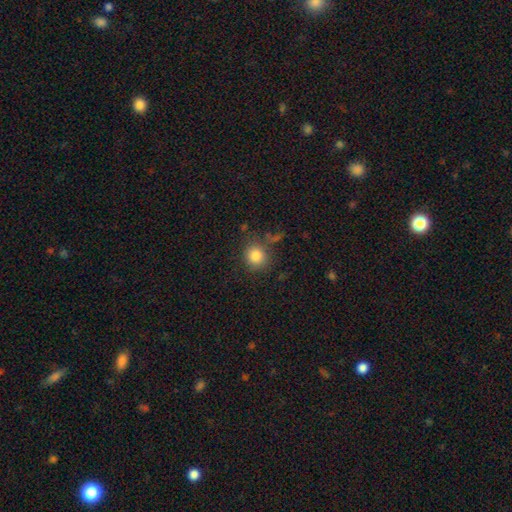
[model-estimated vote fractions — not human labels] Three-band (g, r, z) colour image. It shows a smooth galaxy with no disk features (84%) that is round (87%). Merging: none (77%).